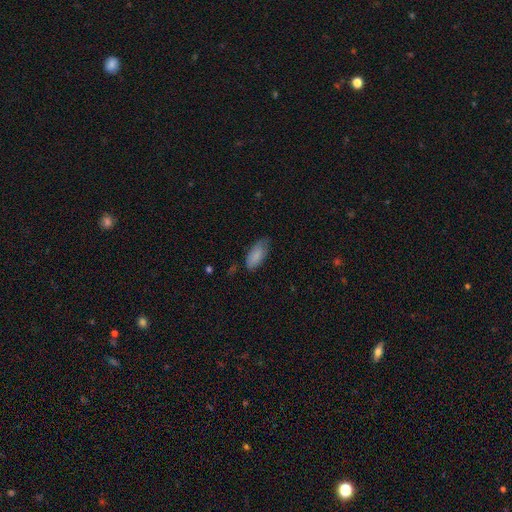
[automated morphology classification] Smooth or featured? smooth (85%)
How rounded? in between (88%)
Merging? none (63%)